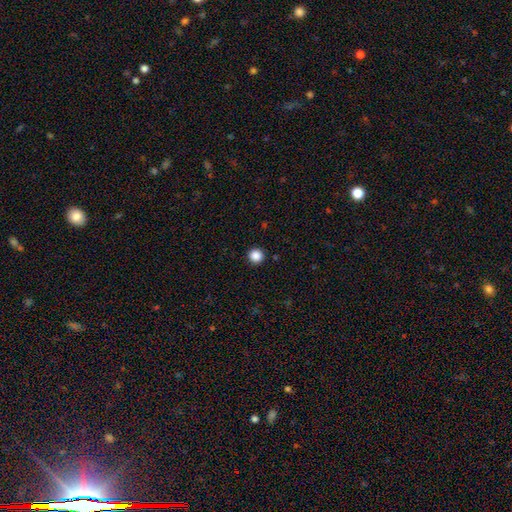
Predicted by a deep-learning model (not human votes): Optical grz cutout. It shows a smooth galaxy with no disk features (87%) that is round (95%). Merging: none (93%).